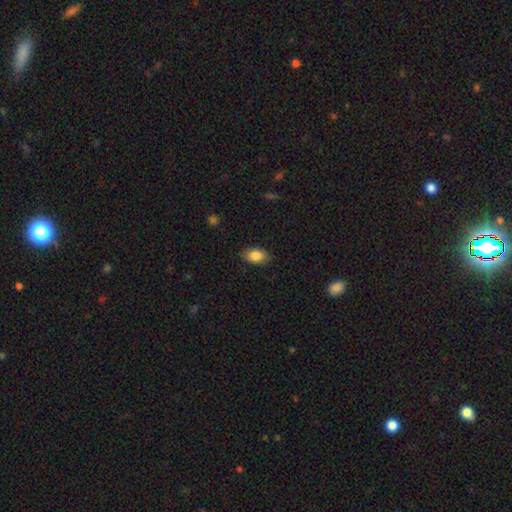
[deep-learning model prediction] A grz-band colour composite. It shows a smooth galaxy with no disk features (84%) that is in between round and cigar-shaped (89%). Merging: none (84%).